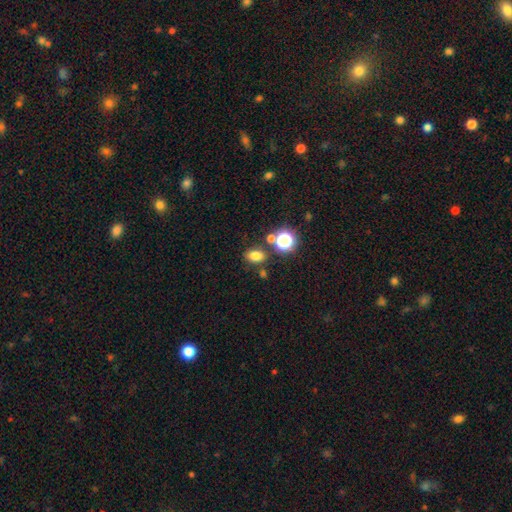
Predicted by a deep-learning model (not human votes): Smooth or featured? Predicted: smooth (p=0.75). How rounded? Predicted: in between (p=0.70). Merging? Predicted: none (p=0.75).